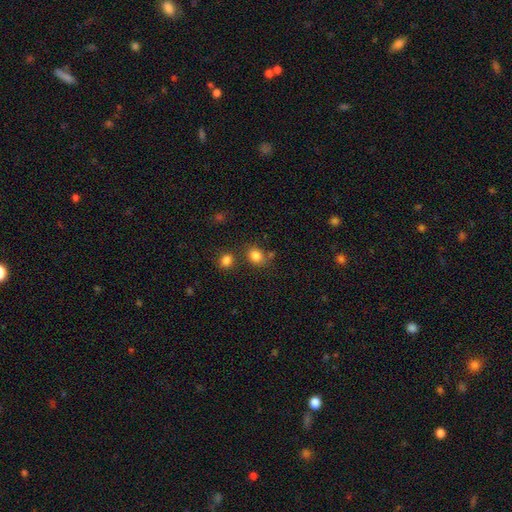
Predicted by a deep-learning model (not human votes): A smooth galaxy with no disk features (83%) that is round (53%). Merging: none (65%).